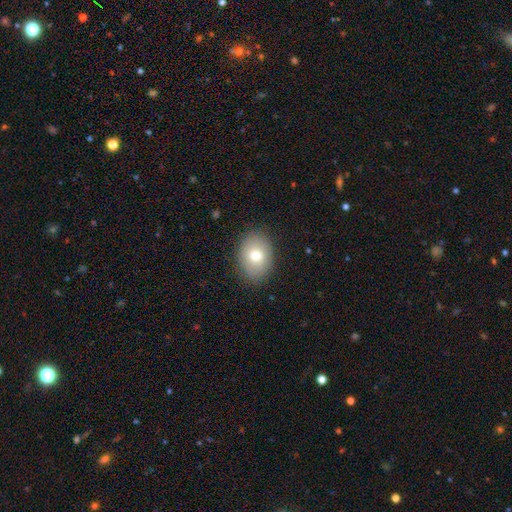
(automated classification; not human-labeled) Overall: smooth (76%). How rounded: in between (71%). Merging: none (87%).